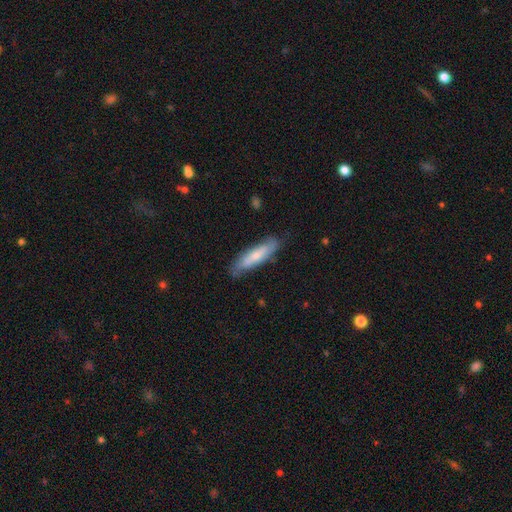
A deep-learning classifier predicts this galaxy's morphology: The model was most divided on "smooth or featured": smooth: 61%, featured or disk: 33%, star or artifact: 6%. More confident: merging — none (76%); how rounded — cigar-shaped (72%).